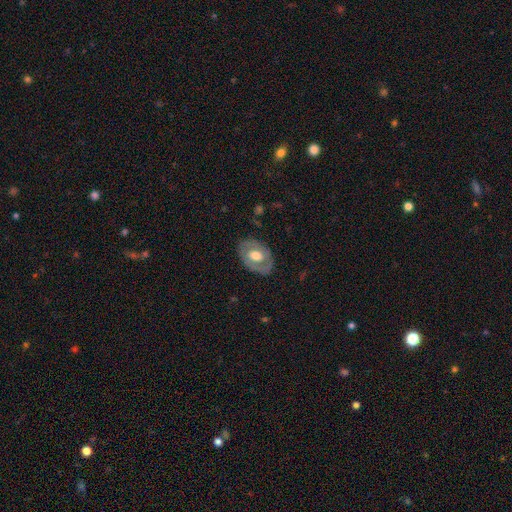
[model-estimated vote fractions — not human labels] This is possibly a featured or disk galaxy (52%). It is clearly not viewed edge-on (92%). Merging: likely none (78%).